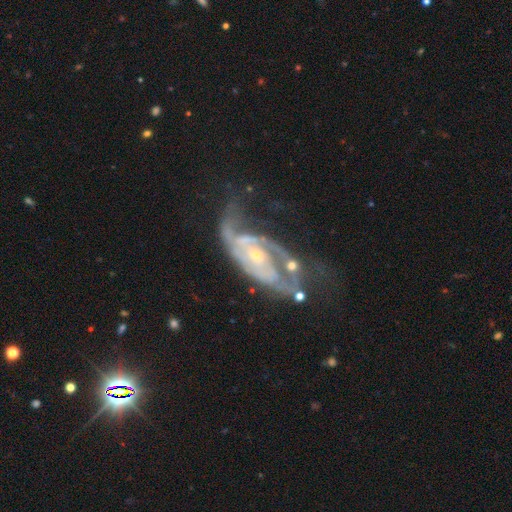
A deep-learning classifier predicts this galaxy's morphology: type=featured or disk (86%); edge-on=no (94%); bar=no (64%); spiral arms=yes (90%); winding=tight (41%); arm count=2 (50%); bulge=small (69%); merging=major disturbance (39%).